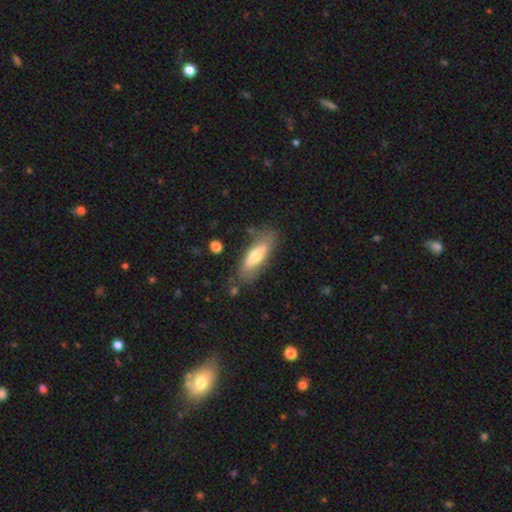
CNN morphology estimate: smooth_or_featured: smooth (p=0.61) [alt: featured or disk p=0.33]
how_rounded: in between (p=0.51) [alt: cigar-shaped p=0.47]
merging: none (p=0.73) [alt: minor disturbance p=0.18]